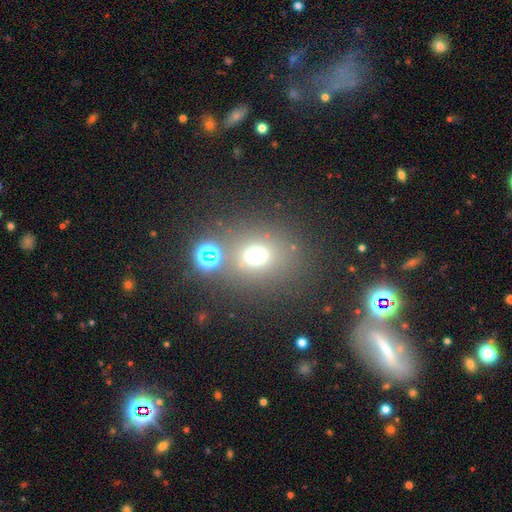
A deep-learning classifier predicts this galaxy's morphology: Smooth or featured? Predicted: smooth (p=0.64). How rounded? Predicted: round (p=0.71). Merging? Predicted: none (p=0.67).